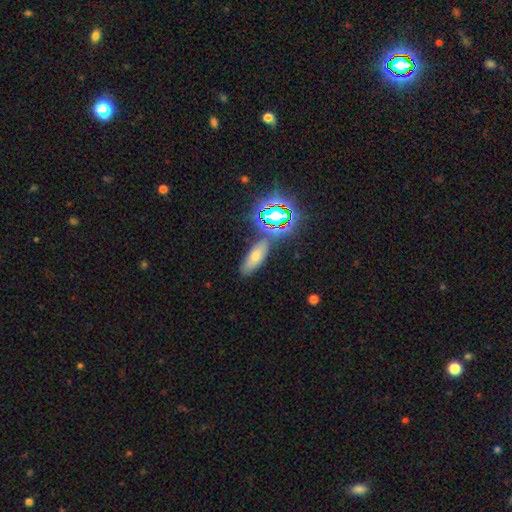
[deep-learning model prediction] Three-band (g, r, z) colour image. It shows a smooth galaxy with no disk features (51%) that is in between round and cigar-shaped (60%). Merging: none (78%).